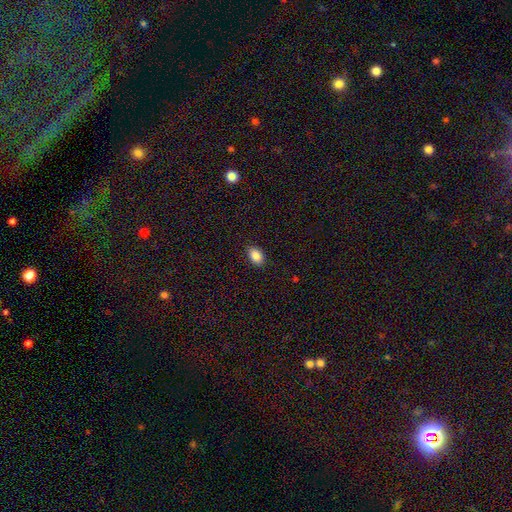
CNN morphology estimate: This appears to be a smooth galaxy with no disk features (88%) that is in between round and cigar-shaped (87%). Merging: none (89%).